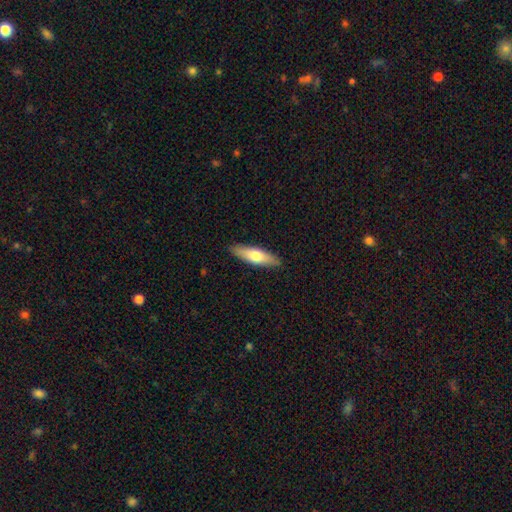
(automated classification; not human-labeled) A smooth galaxy with no disk features (64%) that is cigar-shaped (57%).

Vote fractions:
- Smooth or featured? smooth: 64% / featured or disk: 30% / star or artifact: 5%
- How rounded? cigar-shaped: 57% / in between: 41% / round: 2%
- Merging? none: 89% / minor disturbance: 8% / major disturbance: 2% / merger: 1%